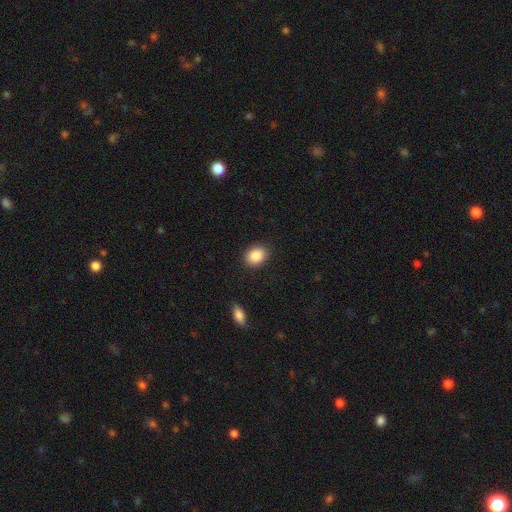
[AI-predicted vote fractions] A smooth galaxy with no disk features (87%) that is in between round and cigar-shaped (54%). Merging: none (87%).